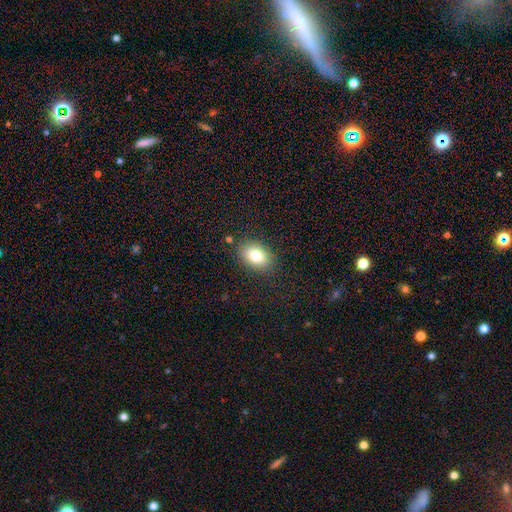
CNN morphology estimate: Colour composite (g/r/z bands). It shows a smooth galaxy with no disk features (79%) that is in between round and cigar-shaped (81%). Merging: none (85%).